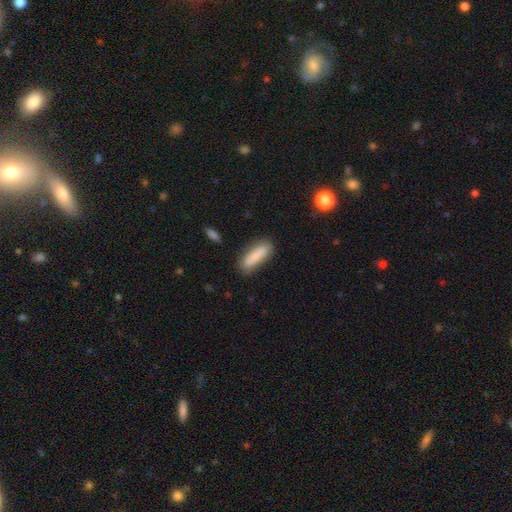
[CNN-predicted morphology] Overall: smooth (82%). How rounded: cigar-shaped (58%; in between 40%). Merging: none (79%).